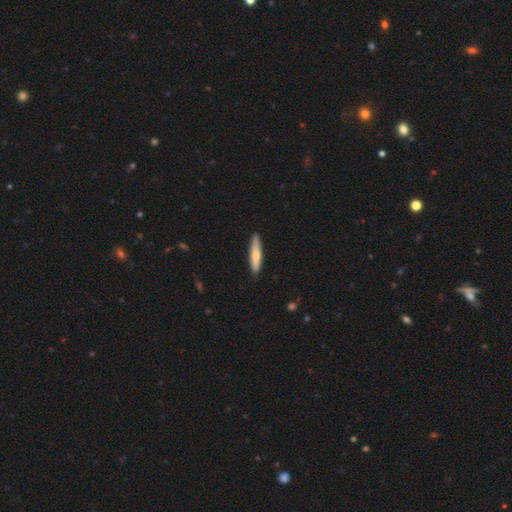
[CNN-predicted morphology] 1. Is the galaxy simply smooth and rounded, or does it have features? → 66% smooth, 29% featured or disk, 5% star or artifact.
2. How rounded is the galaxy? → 86% cigar-shaped, 13% in between, 1% round.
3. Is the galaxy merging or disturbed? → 88% none, 9% minor disturbance, 1% major disturbance, 1% merger.